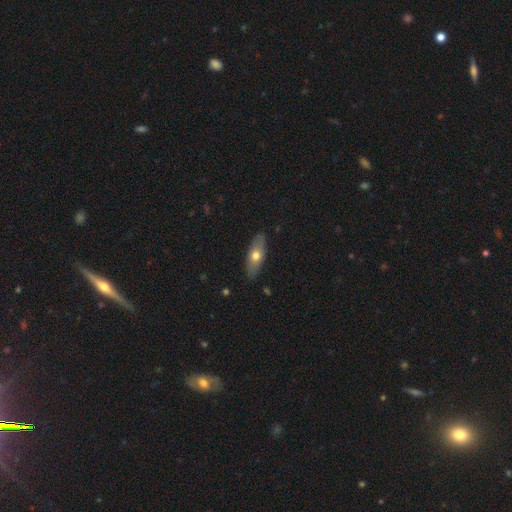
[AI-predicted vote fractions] A smooth galaxy with no disk features (61%) that is in between round and cigar-shaped (71%). Merging: none (86%).